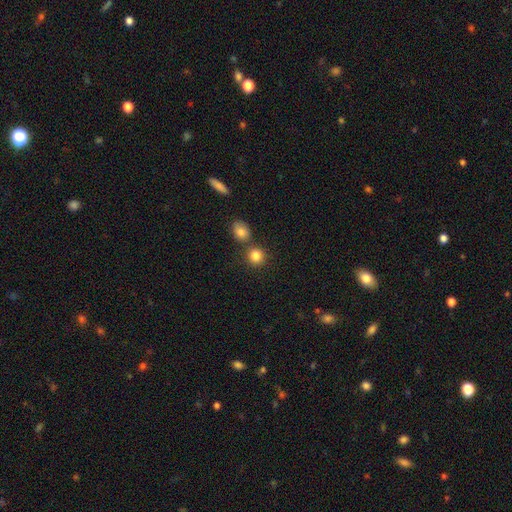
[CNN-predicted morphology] type=smooth (83%); roundness=round (86%); merging=none (69%).